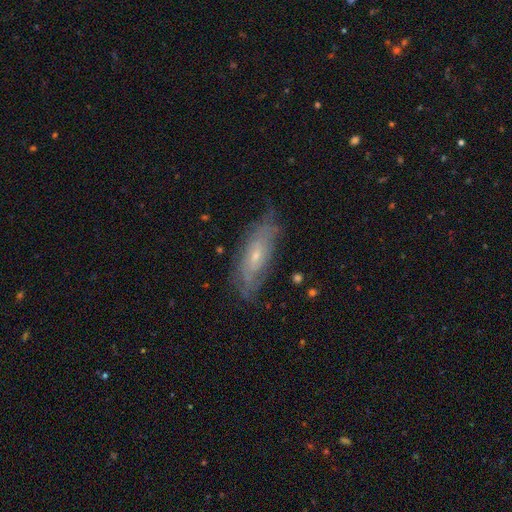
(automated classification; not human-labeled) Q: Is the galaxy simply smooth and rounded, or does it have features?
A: featured or disk — 59%.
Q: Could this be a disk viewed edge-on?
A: no — 73%.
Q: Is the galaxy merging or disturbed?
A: none — 74%.